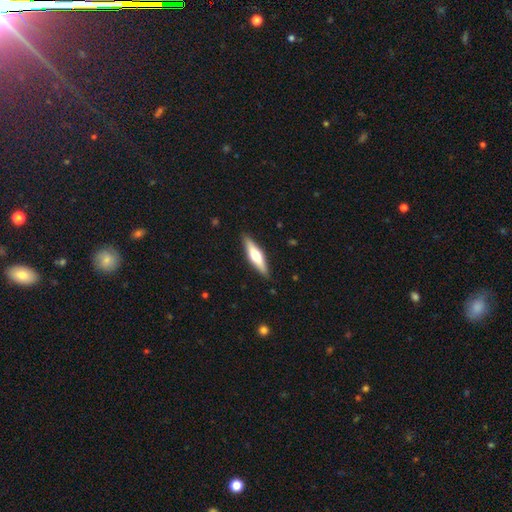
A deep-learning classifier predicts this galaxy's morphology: The model was most divided on "smooth or featured": featured or disk: 50%, smooth: 45%, star or artifact: 5%. More confident: merging — none (89%).